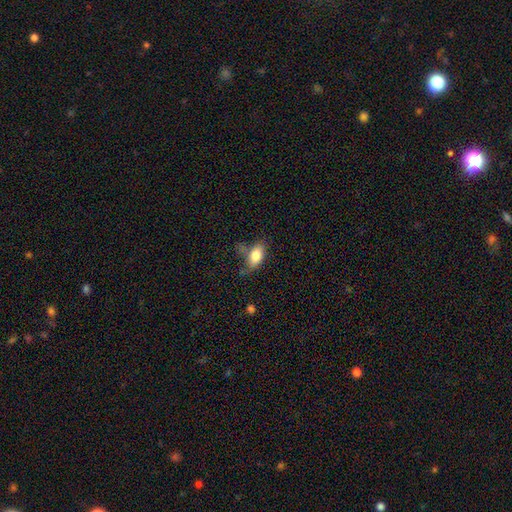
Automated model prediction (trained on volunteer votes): Smooth or featured? Predicted: smooth (p=0.82). How rounded? Predicted: in between (p=0.89). Merging? Predicted: none (p=0.52).